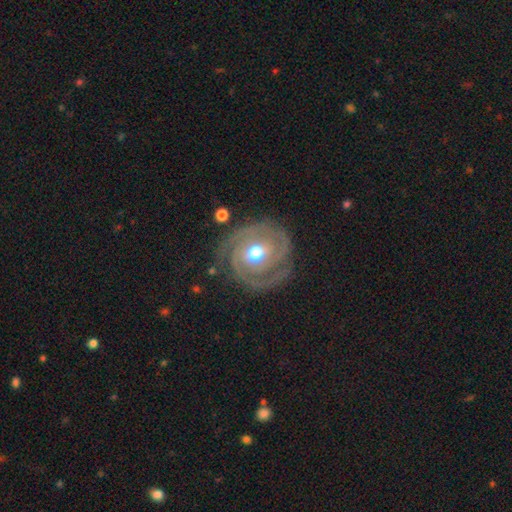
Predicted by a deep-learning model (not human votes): Smooth or featured: featured or disk — 81% (smooth — 11%)
Edge-on disk: no — 97% (yes — 3%)
Bar: no — 53% (weak — 33%)
Spiral arms: yes — 91% (no — 9%)
Spiral winding: tight — 69% (medium — 25%)
Spiral arm count: 2 — 53% (can't tell — 17%)
Bulge size: moderate — 75% (small — 18%)
Merging: none — 78% (minor disturbance — 13%)